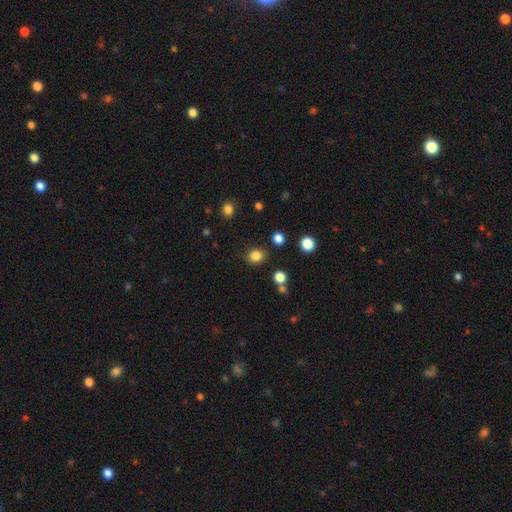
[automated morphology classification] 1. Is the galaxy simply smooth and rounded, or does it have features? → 83% smooth, 12% star or artifact, 4% featured or disk.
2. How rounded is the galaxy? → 61% round, 38% in between, 1% cigar-shaped.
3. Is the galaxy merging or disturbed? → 84% none, 10% minor disturbance, 3% merger, 3% major disturbance.